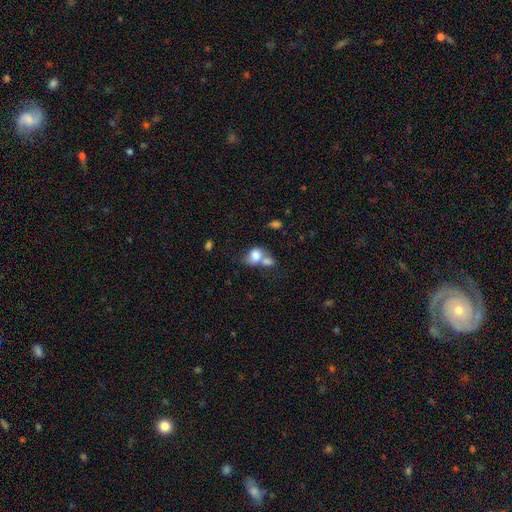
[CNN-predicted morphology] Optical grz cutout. It shows a smooth galaxy with no disk features (78%) that is in between round and cigar-shaped (57%). Merging: merger (63%).